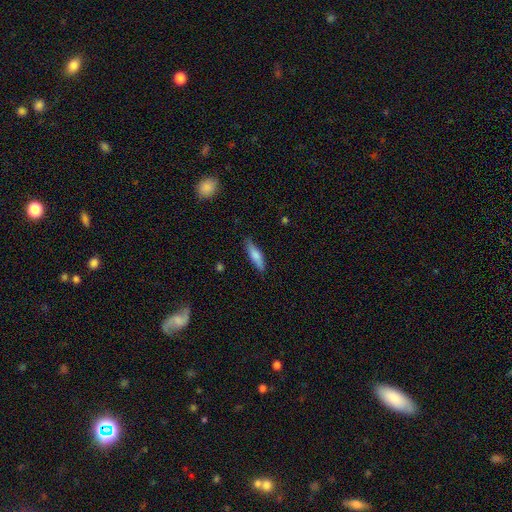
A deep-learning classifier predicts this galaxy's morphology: A smooth galaxy with no disk features (71%) that is cigar-shaped (73%). Merging: none (84%).